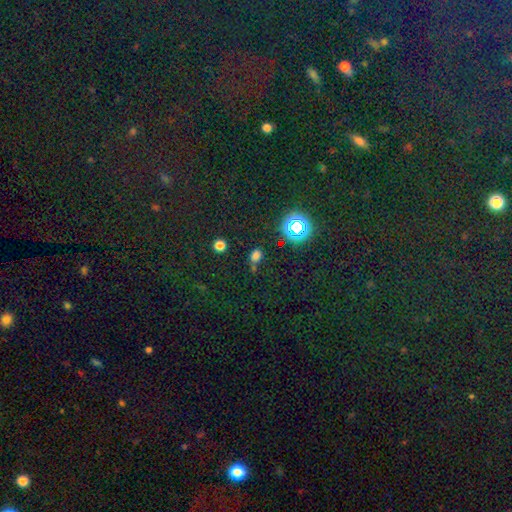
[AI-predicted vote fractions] Smooth or featured? Predicted: smooth (p=0.60). How rounded? Predicted: in between (p=0.59). Merging? Predicted: none (p=0.60).